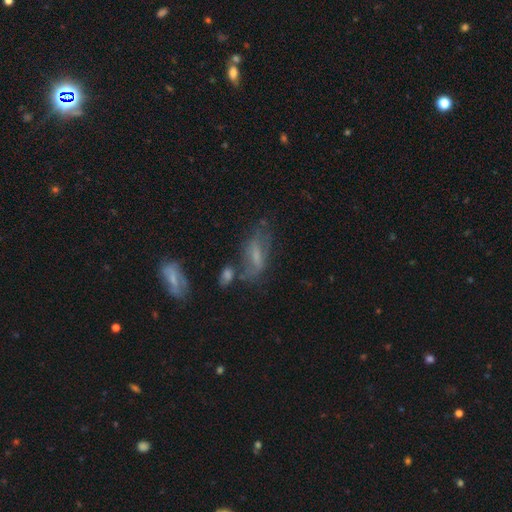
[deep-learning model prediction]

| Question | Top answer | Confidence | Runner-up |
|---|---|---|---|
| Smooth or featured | featured or disk | 50% | smooth (37%) |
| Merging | none | 46% | minor disturbance (23%) |